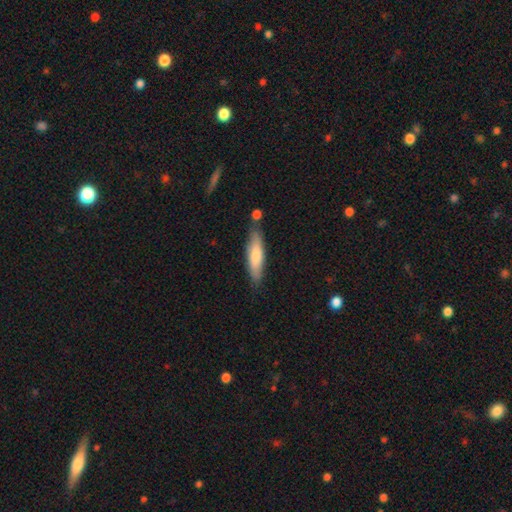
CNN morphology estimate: smooth 72%, featured or disk 23%, star or artifact 5%. Down the decision tree: how rounded — cigar-shaped (72%); merging — none (72%).